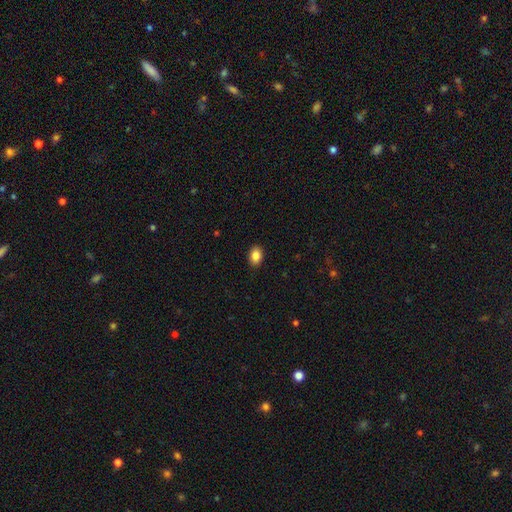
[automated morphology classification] smooth 86%, star or artifact 9%, featured or disk 6%. Down the decision tree: how rounded — in between (78%); merging — none (90%).